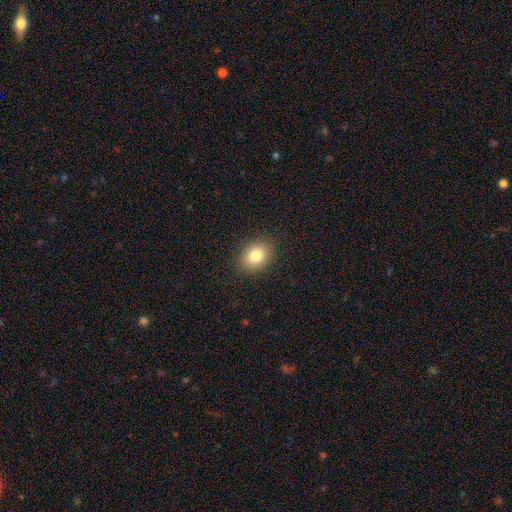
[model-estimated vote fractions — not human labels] Smooth or featured?
  - smooth: 82% *
  - star or artifact: 10%
  - featured or disk: 8%
How rounded?
  - in between: 58% *
  - round: 41%
  - cigar-shaped: 1%
Merging?
  - none: 89% *
  - minor disturbance: 8%
  - major disturbance: 2%
  - merger: 1%